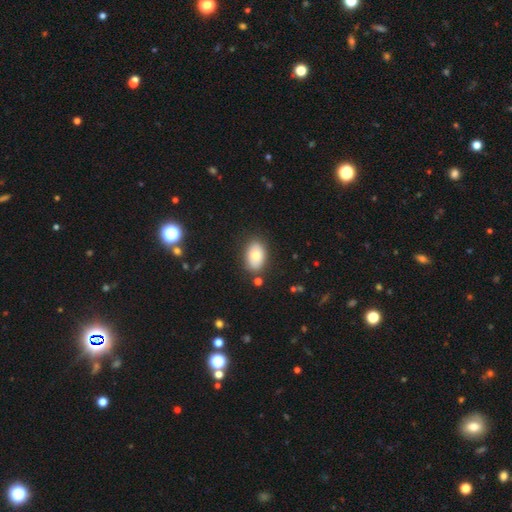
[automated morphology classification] Smooth or featured?
  - smooth: 75% *
  - featured or disk: 17%
  - star or artifact: 8%
How rounded?
  - in between: 89% *
  - round: 10%
  - cigar-shaped: 1%
Merging?
  - none: 82% *
  - minor disturbance: 12%
  - merger: 3%
  - major disturbance: 3%